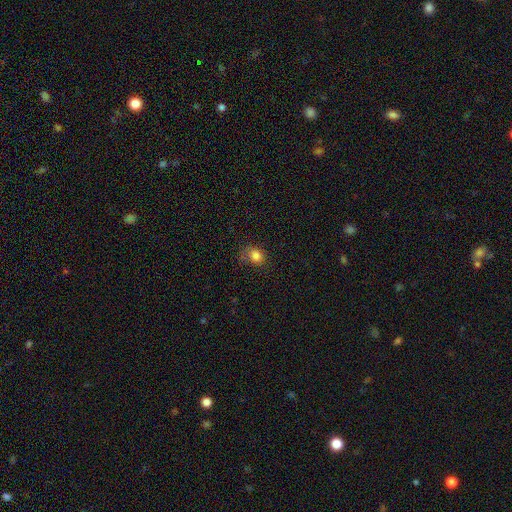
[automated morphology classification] Smooth or featured? Predicted: smooth (p=0.83). How rounded? Predicted: round (p=0.64). Merging? Predicted: none (p=0.62).